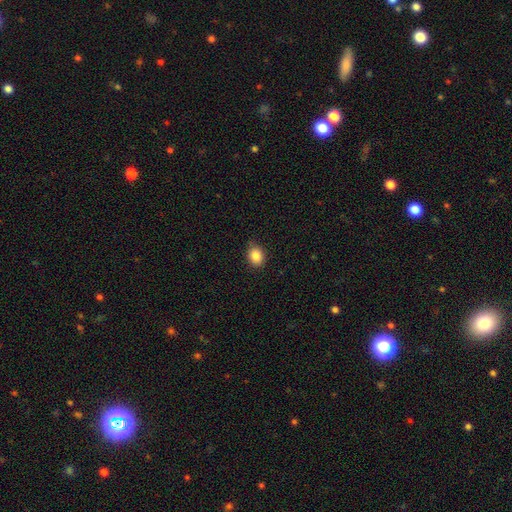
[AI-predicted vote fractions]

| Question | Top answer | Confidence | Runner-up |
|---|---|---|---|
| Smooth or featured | smooth | 86% | star or artifact (9%) |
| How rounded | in between | 54% | round (45%) |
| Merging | none | 82% | minor disturbance (15%) |